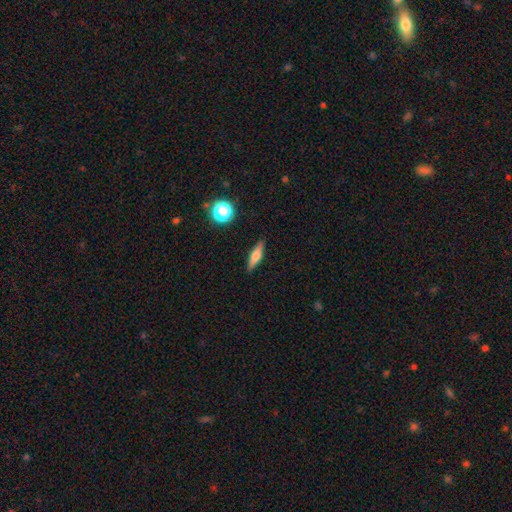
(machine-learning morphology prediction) smooth-or-featured: smooth: 55% | featured or disk: 37% | star or artifact: 8%
  how-rounded: cigar-shaped: 66% | in between: 30% | round: 4%
  merging: none: 88% | minor disturbance: 8% | major disturbance: 2% | merger: 1%